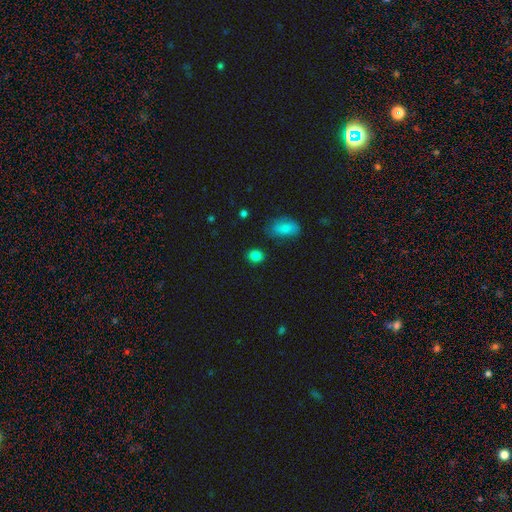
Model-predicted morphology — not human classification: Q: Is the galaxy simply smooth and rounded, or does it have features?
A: smooth — 85%.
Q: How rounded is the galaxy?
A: round — 61%.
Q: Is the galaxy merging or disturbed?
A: none — 84%.